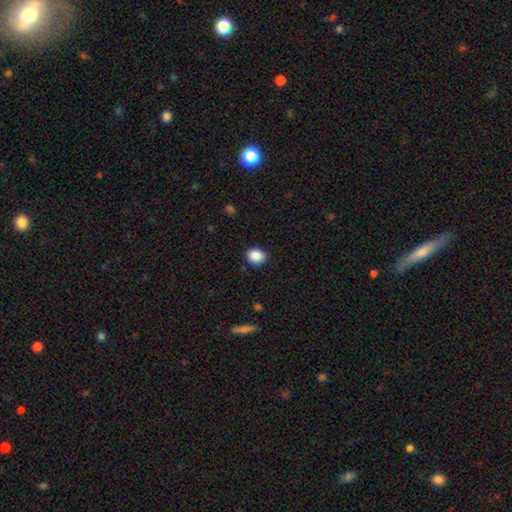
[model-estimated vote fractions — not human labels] Smooth or featured? Predicted: smooth (p=0.88). How rounded? Predicted: round (p=0.66). Merging? Predicted: none (p=0.87).